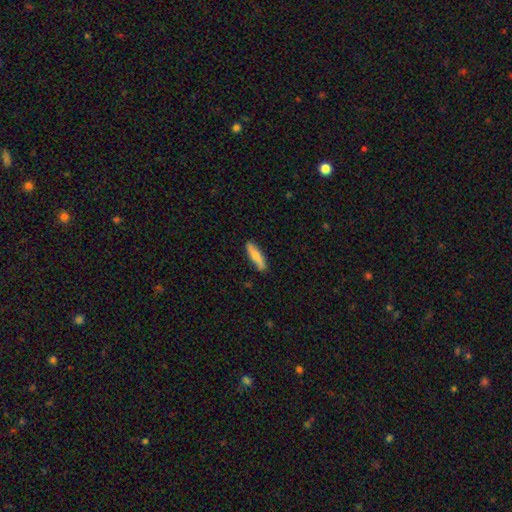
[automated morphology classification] Smooth or featured: smooth — 70% (featured or disk — 25%)
How rounded: cigar-shaped — 74% (in between — 24%)
Merging: none — 84% (minor disturbance — 12%)